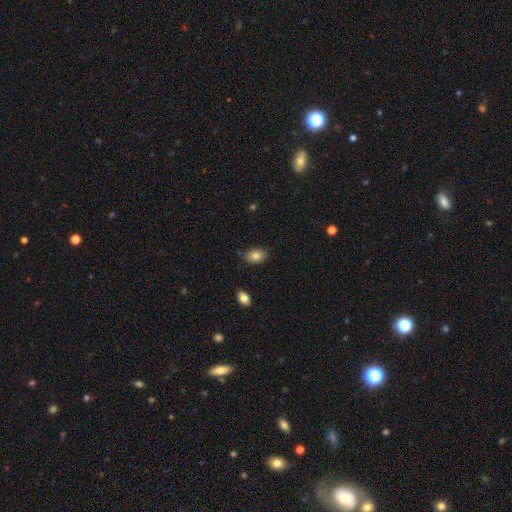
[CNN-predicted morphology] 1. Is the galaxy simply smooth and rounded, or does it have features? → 83% smooth, 9% star or artifact, 8% featured or disk.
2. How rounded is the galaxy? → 78% in between, 21% round, 1% cigar-shaped.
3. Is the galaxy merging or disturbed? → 78% none, 17% minor disturbance, 3% major disturbance, 2% merger.